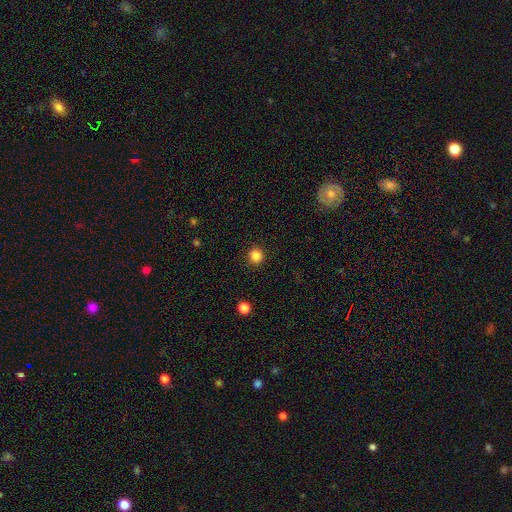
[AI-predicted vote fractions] Smooth or featured?
  - smooth: 85% *
  - star or artifact: 11%
  - featured or disk: 3%
How rounded?
  - round: 93% *
  - in between: 6%
  - cigar-shaped: 1%
Merging?
  - none: 92% *
  - minor disturbance: 5%
  - major disturbance: 2%
  - merger: 1%